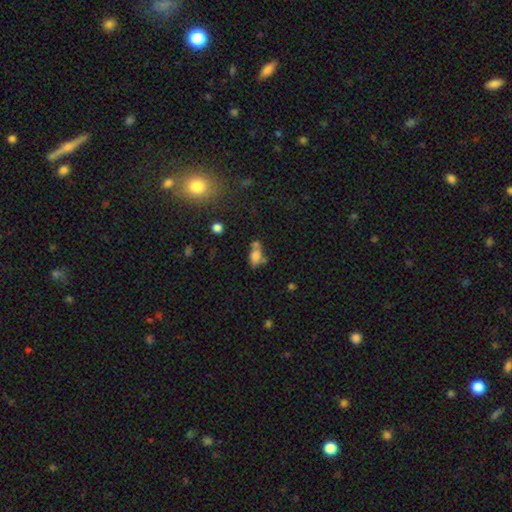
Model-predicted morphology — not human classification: smooth_or_featured: smooth (p=0.71) [alt: featured or disk p=0.17]
how_rounded: in between (p=0.83) [alt: round p=0.12]
merging: none (p=0.36) [alt: merger p=0.35]